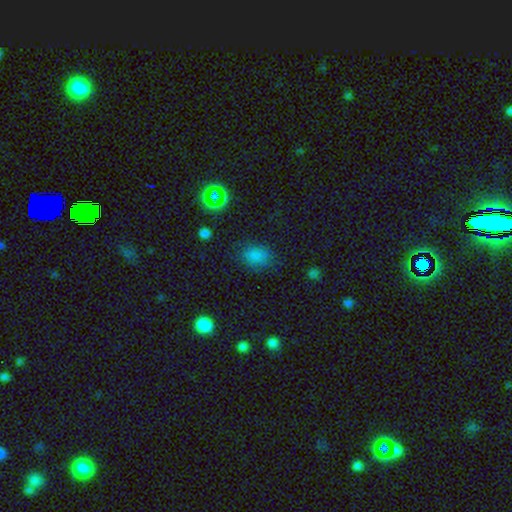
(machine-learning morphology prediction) A smooth galaxy with no disk features (76%) that is in between round and cigar-shaped (65%).

Vote fractions:
- Smooth or featured? smooth: 76% / star or artifact: 18% / featured or disk: 6%
- How rounded? in between: 65% / round: 33% / cigar-shaped: 1%
- Merging? none: 75% / minor disturbance: 17% / major disturbance: 6% / merger: 2%